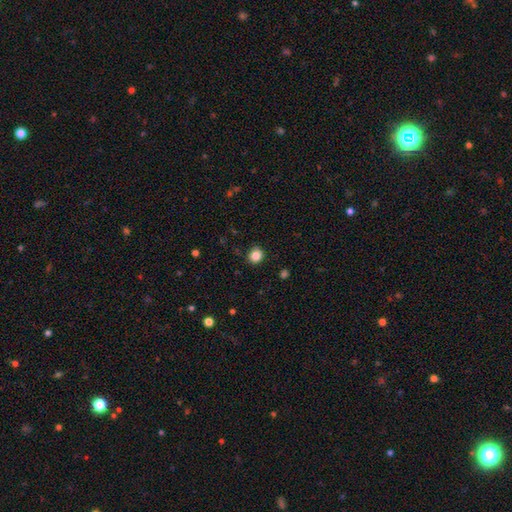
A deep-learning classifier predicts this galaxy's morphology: Smooth or featured?
  - smooth: 84% *
  - star or artifact: 11%
  - featured or disk: 5%
How rounded?
  - round: 85% *
  - in between: 14%
  - cigar-shaped: 1%
Merging?
  - none: 89% *
  - minor disturbance: 8%
  - major disturbance: 2%
  - merger: 1%